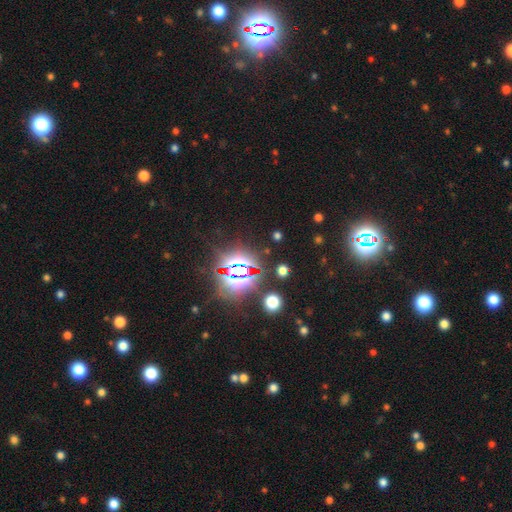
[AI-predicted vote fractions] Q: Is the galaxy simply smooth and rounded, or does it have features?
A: star or artifact — 84%.